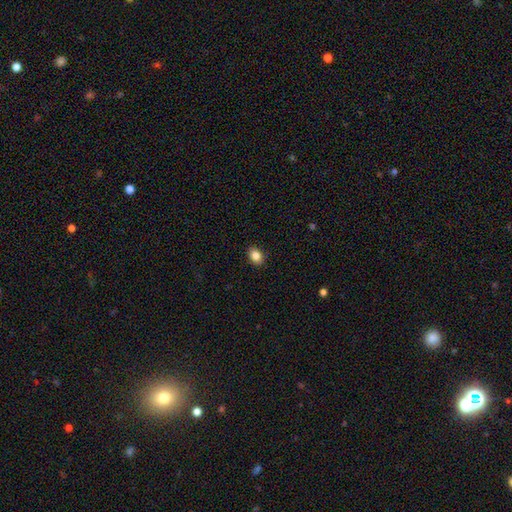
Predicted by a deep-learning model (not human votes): Smooth or featured? smooth (85%)
How rounded? in between (67%)
Merging? none (89%)